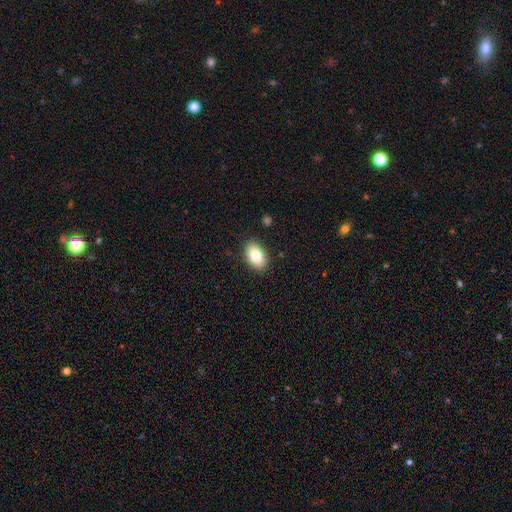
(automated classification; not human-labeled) smooth 84%, featured or disk 9%, star or artifact 7%. Down the decision tree: how rounded — in between (92%); merging — none (87%).